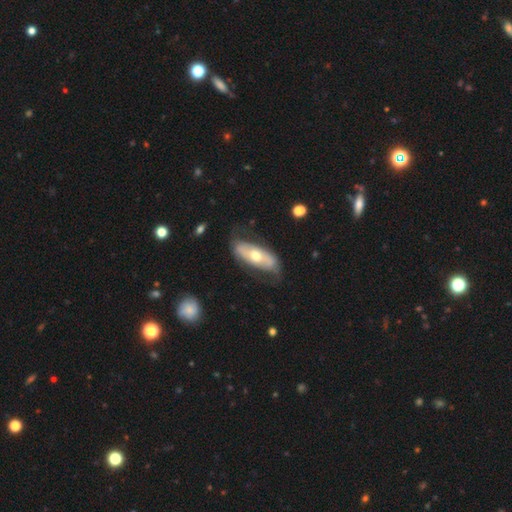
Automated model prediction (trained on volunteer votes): This is possibly a featured or disk galaxy (59%). It is clearly not viewed edge-on (82%). Merging: likely none (67%).